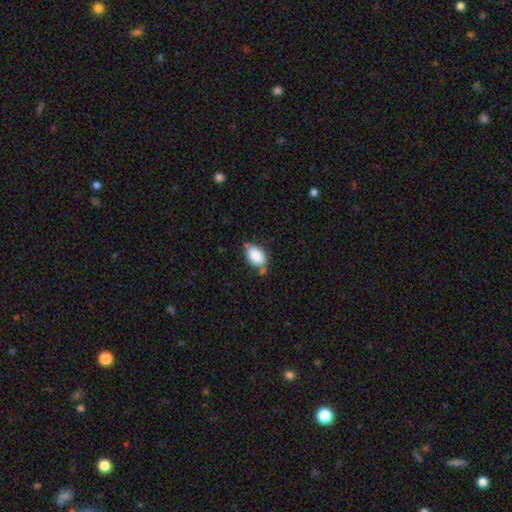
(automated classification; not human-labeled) Smooth or featured? Predicted: smooth (p=0.88). How rounded? Predicted: in between (p=0.91). Merging? Predicted: none (p=0.67).